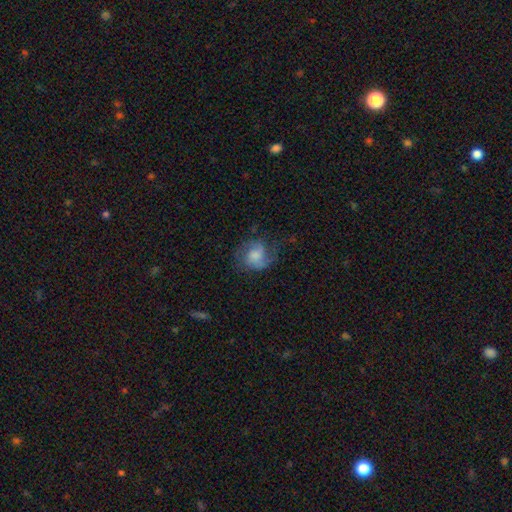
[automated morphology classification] This appears to be a featured or disk galaxy (48%). Merging: none (53%).